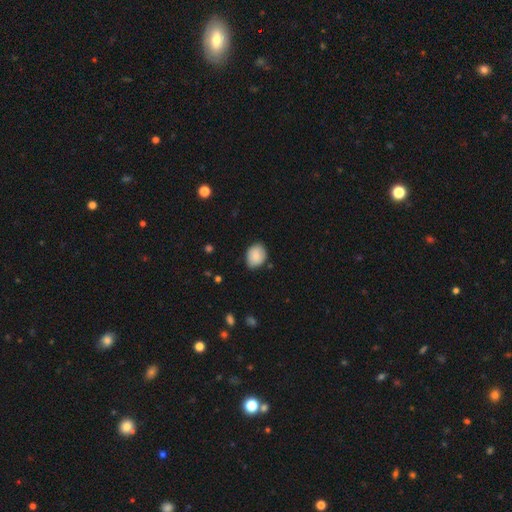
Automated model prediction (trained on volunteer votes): Smooth or featured? Predicted: smooth (p=0.83). How rounded? Predicted: in between (p=0.55). Merging? Predicted: none (p=0.73).